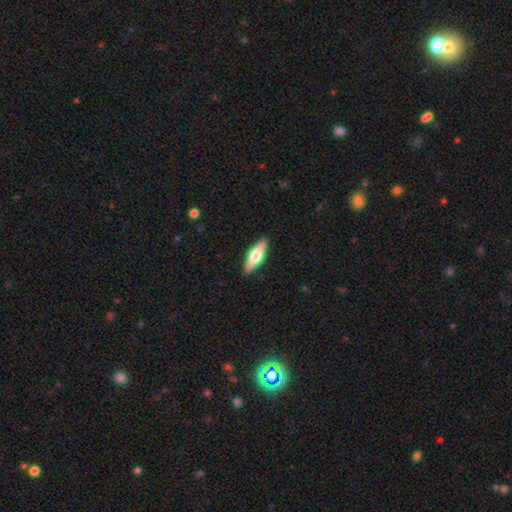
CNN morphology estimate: type=featured or disk (48%); merging=none (89%).